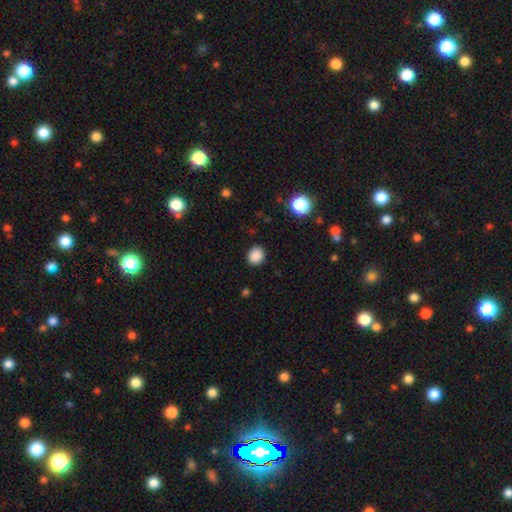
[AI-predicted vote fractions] Q: Smooth or featured?
A: smooth (87%); runner-up: star or artifact (10%)
Q: How rounded?
A: round (75%); runner-up: in between (24%)
Q: Merging?
A: none (89%); runner-up: minor disturbance (8%)